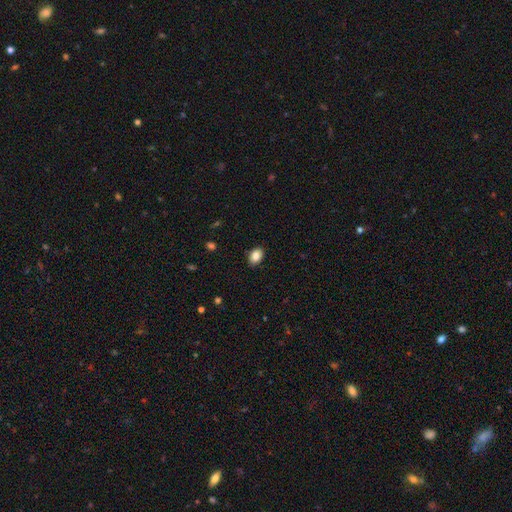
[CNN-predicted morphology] Smooth or featured?
  - smooth: 85% *
  - star or artifact: 8%
  - featured or disk: 7%
How rounded?
  - in between: 80% *
  - round: 18%
  - cigar-shaped: 1%
Merging?
  - none: 87% *
  - minor disturbance: 10%
  - major disturbance: 2%
  - merger: 1%